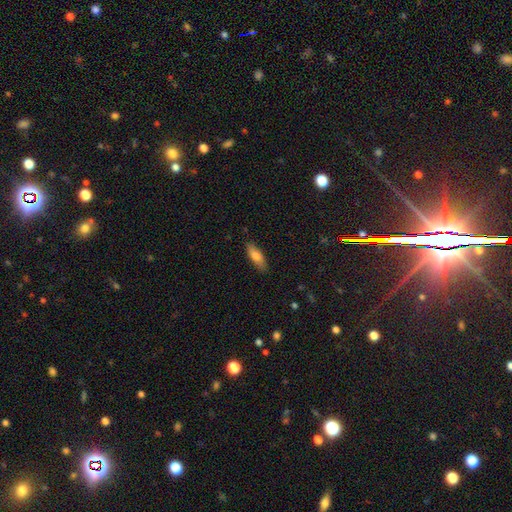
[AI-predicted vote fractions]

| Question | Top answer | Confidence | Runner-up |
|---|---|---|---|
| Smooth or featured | smooth | 80% | featured or disk (14%) |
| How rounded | in between | 60% | cigar-shaped (38%) |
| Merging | none | 84% | minor disturbance (12%) |